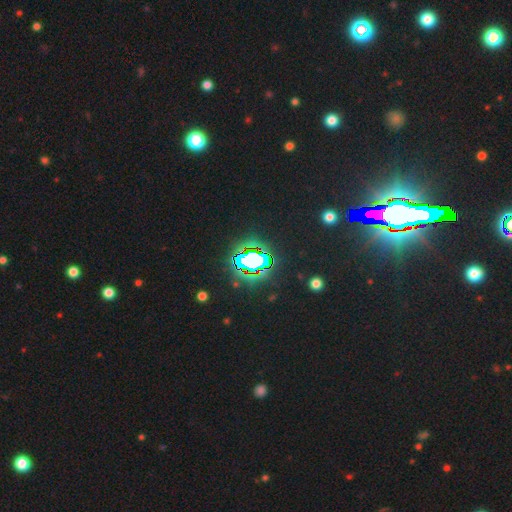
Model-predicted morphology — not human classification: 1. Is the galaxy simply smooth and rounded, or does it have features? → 73% star or artifact, 15% smooth, 12% featured or disk.